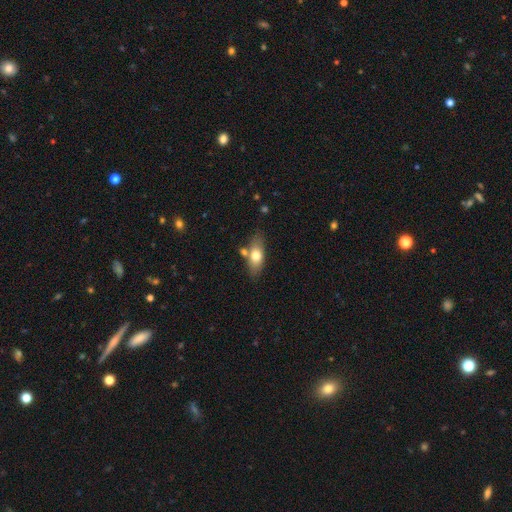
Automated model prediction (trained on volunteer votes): Morphology: type=smooth (69%); roundness=in between (75%); merging=none (70%).